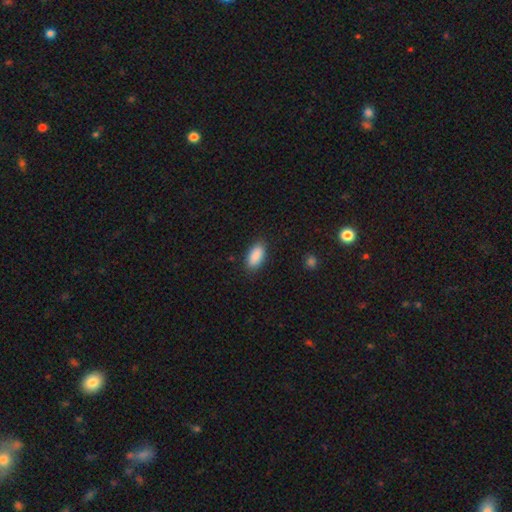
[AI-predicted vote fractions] Overall: smooth (90%). How rounded: in between (91%). Merging: none (87%).